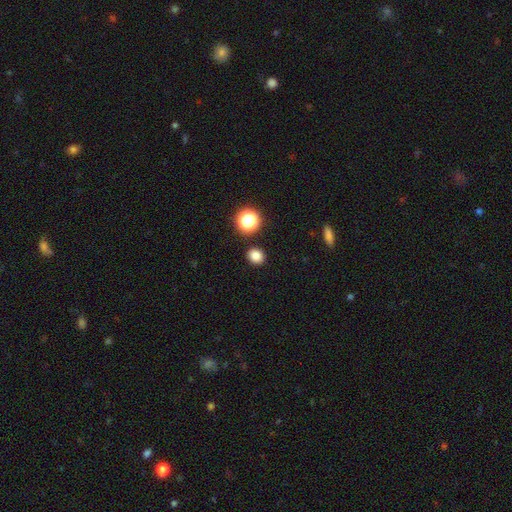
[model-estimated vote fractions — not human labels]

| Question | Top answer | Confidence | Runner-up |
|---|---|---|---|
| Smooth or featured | smooth | 81% | star or artifact (14%) |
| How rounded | round | 71% | in between (28%) |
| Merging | none | 89% | minor disturbance (6%) |